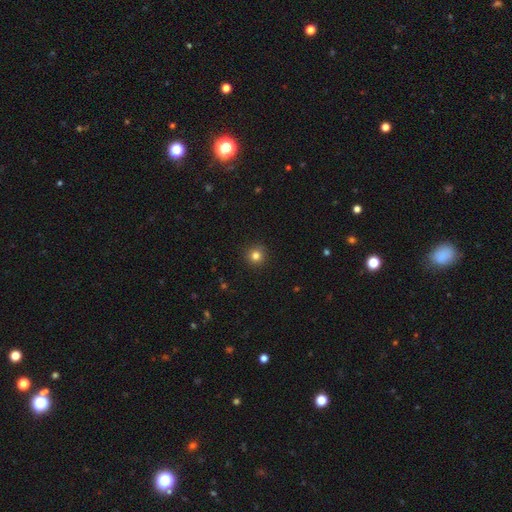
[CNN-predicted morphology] type=smooth (82%); roundness=round (95%); merging=none (92%).